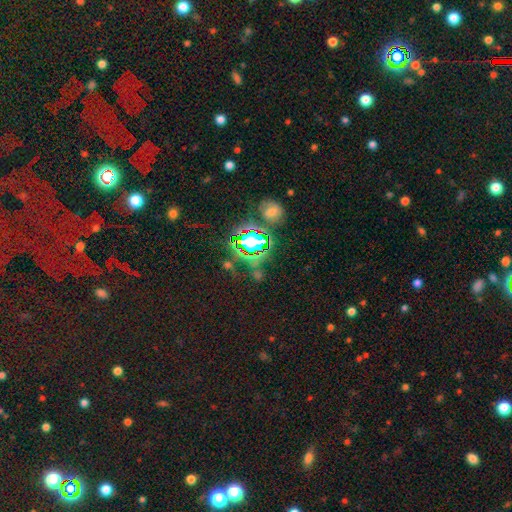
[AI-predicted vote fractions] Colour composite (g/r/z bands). It shows a star or artifact, not a galaxy (78%).